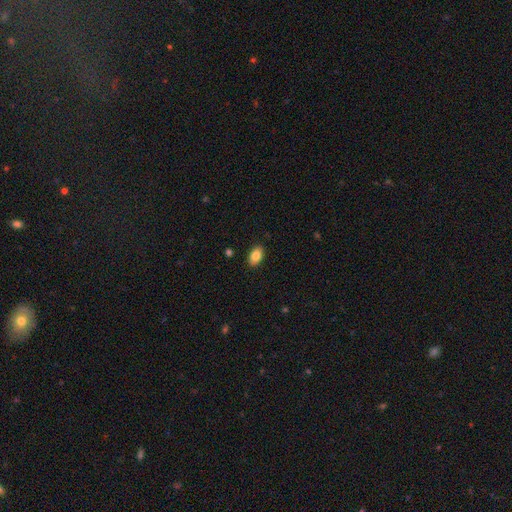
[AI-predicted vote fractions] Q: Smooth or featured?
A: smooth (85%); runner-up: featured or disk (8%)
Q: How rounded?
A: in between (91%); runner-up: round (7%)
Q: Merging?
A: none (89%); runner-up: minor disturbance (8%)